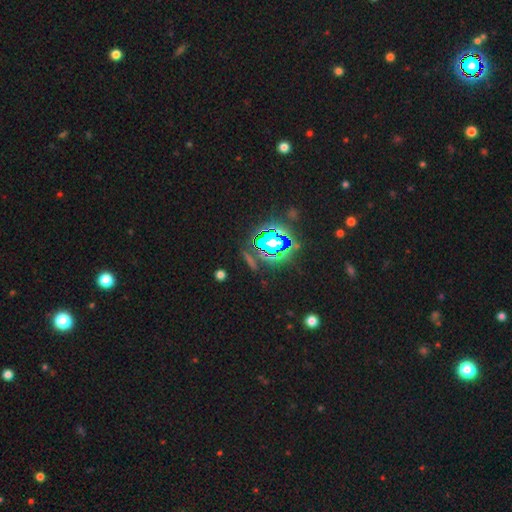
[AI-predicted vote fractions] The model was most divided on "smooth or featured": star or artifact: 82%, smooth: 11%, featured or disk: 7%.